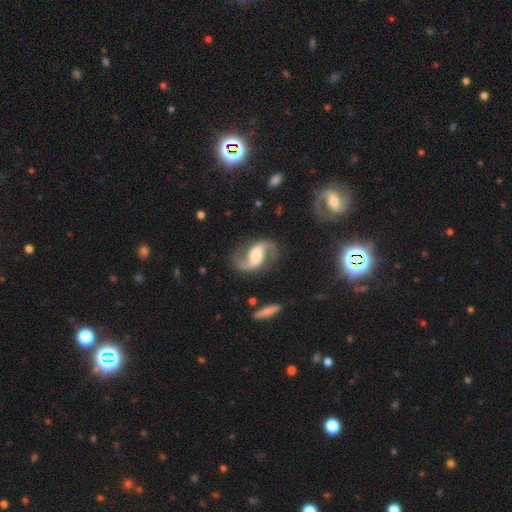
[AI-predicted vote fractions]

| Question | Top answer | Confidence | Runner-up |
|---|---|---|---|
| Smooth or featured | featured or disk | 90% | smooth (5%) |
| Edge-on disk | no | 98% | yes (2%) |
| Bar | weak | 41% | no (30%) |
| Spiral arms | yes | 98% | no (2%) |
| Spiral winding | loose | 54% | medium (39%) |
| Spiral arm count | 2 | 94% | 1 (1%) |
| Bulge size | moderate | 42% | large (28%) |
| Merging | none | 81% | minor disturbance (11%) |